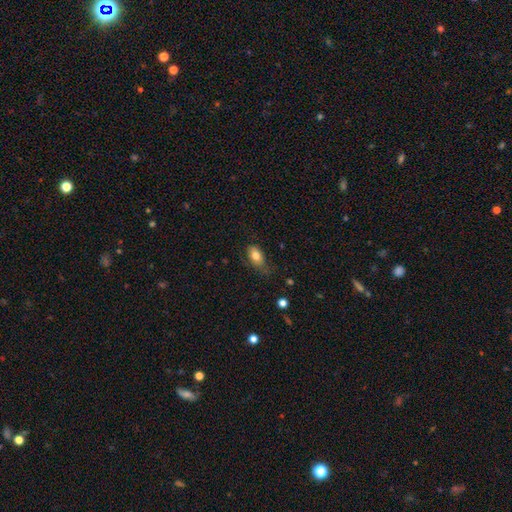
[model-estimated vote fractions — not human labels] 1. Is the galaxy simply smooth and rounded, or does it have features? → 80% smooth, 12% featured or disk, 8% star or artifact.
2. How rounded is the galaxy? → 88% in between, 9% round, 3% cigar-shaped.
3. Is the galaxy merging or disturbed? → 59% none, 29% minor disturbance, 10% major disturbance, 2% merger.